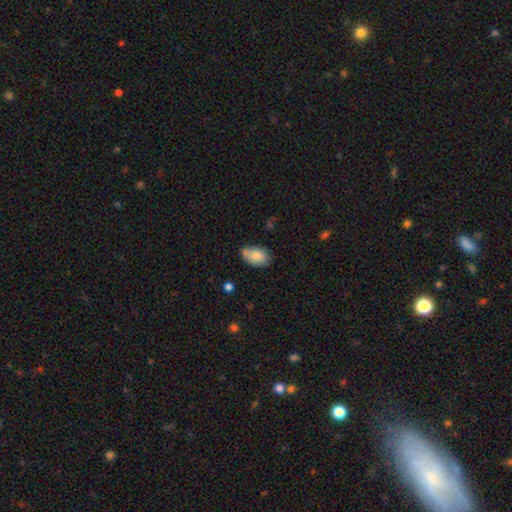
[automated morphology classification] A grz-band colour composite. It shows a smooth galaxy with no disk features (80%) that is in between round and cigar-shaped (91%). Merging: none (63%).